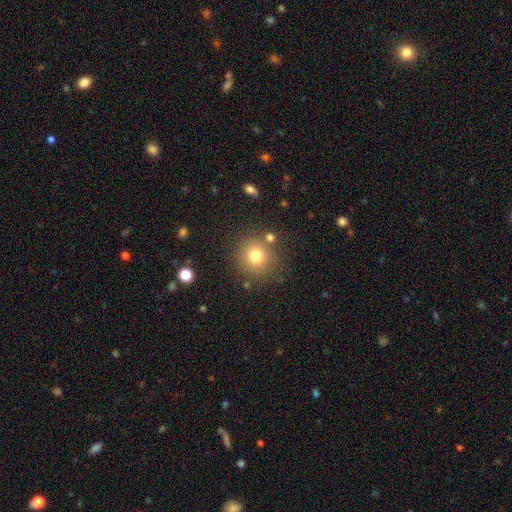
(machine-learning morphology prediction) smooth-or-featured: smooth: 76% | star or artifact: 14% | featured or disk: 10%
  how-rounded: round: 91% | in between: 8% | cigar-shaped: 1%
  merging: none: 81% | minor disturbance: 9% | merger: 6% | major disturbance: 4%